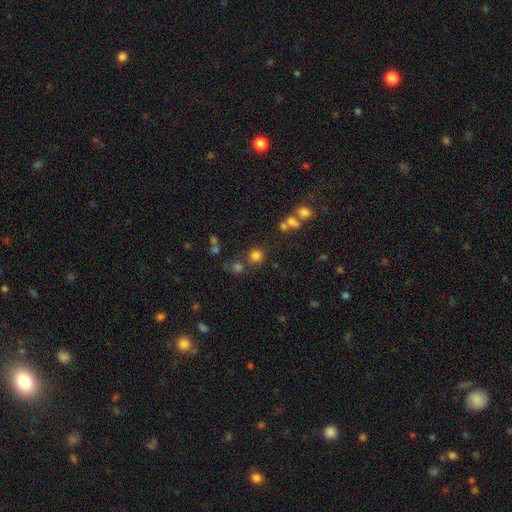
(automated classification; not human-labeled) Smooth or featured? smooth (75%)
How rounded? round (89%)
Merging? none (71%)